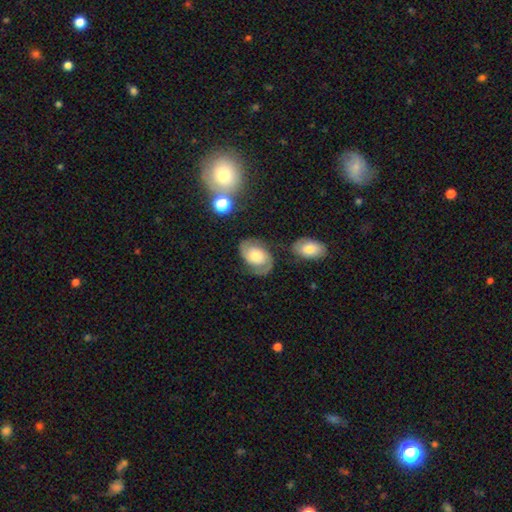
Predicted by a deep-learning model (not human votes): This appears to be a featured or disk galaxy (71%) with no bar (74%), 2 (86%) medium (43%) spiral arms (91%) and a moderate central bulge (52%). Merging: none (66%).